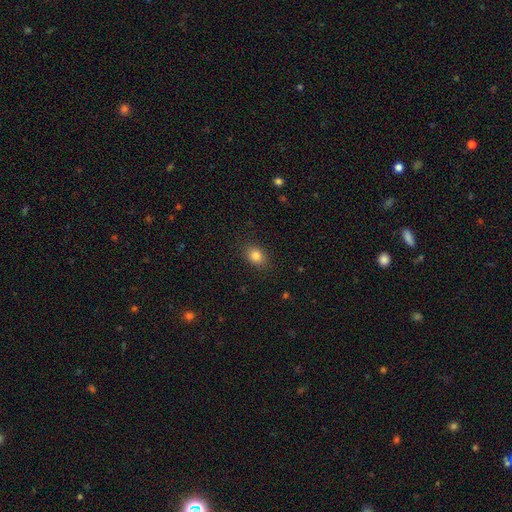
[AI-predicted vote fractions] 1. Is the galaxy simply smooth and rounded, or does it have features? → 83% smooth, 10% star or artifact, 6% featured or disk.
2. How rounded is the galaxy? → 67% in between, 32% round, 1% cigar-shaped.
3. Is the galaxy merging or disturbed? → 87% none, 9% minor disturbance, 3% major disturbance, 1% merger.